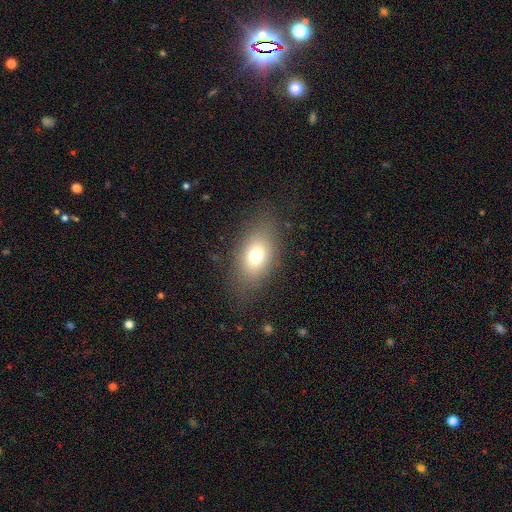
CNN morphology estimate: smooth_or_featured: smooth (p=0.72) [alt: featured or disk p=0.16]
how_rounded: in between (p=0.82) [alt: round p=0.15]
merging: none (p=0.79) [alt: minor disturbance p=0.13]